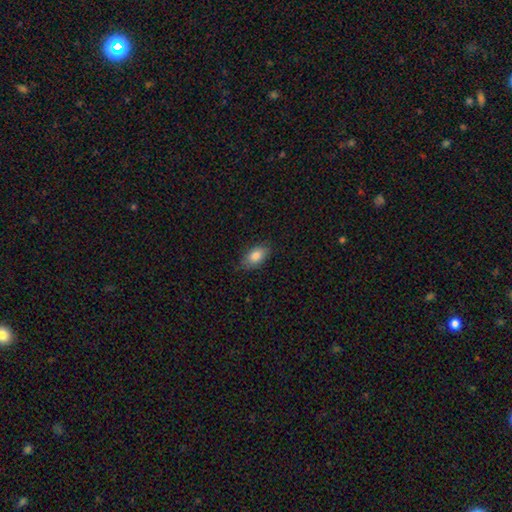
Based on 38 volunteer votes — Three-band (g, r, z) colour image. It shows a smooth galaxy with no disk features (79%) that is in between round and cigar-shaped (87%). Merging: none (66%).